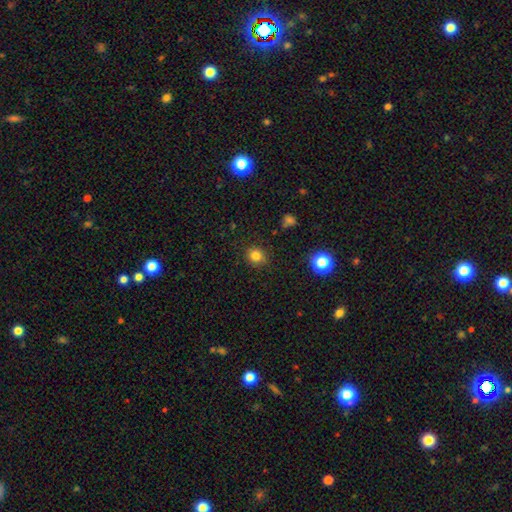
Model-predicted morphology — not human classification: Smooth or featured? smooth (81%)
How rounded? round (79%)
Merging? none (87%)